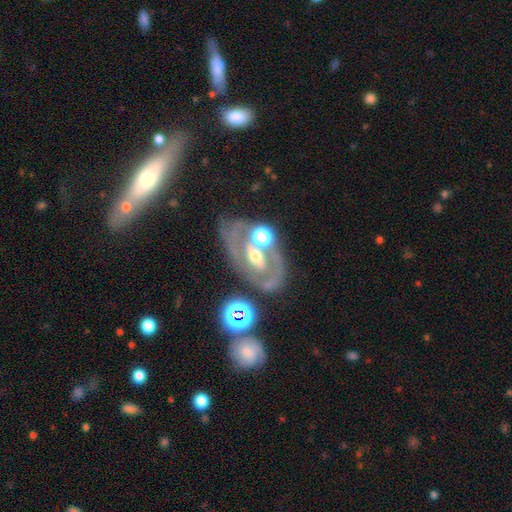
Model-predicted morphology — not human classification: type=featured or disk (75%); edge-on=no (94%); bar=no (49%); spiral arms=yes (61%); bulge=moderate (65%); merging=none (62%).